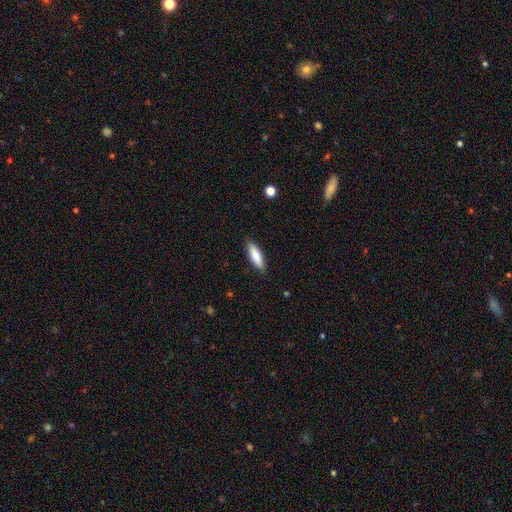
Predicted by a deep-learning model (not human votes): smooth-or-featured: smooth: 73% | featured or disk: 21% | star or artifact: 6%
  how-rounded: cigar-shaped: 50% | in between: 49% | round: 2%
  merging: none: 87% | minor disturbance: 11% | major disturbance: 2% | merger: 1%